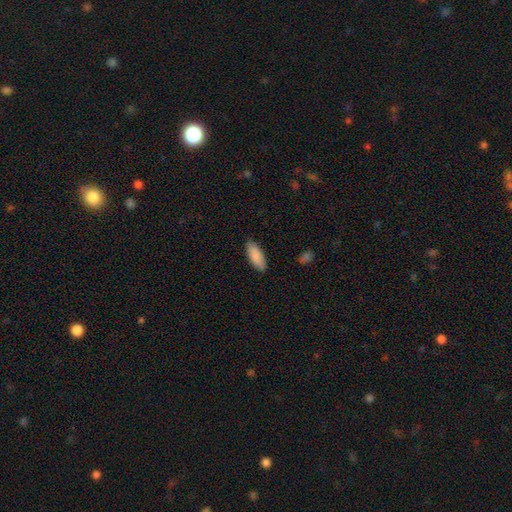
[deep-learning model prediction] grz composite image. It shows a smooth galaxy with no disk features (90%) that is in between round and cigar-shaped (76%). Merging: none (87%).